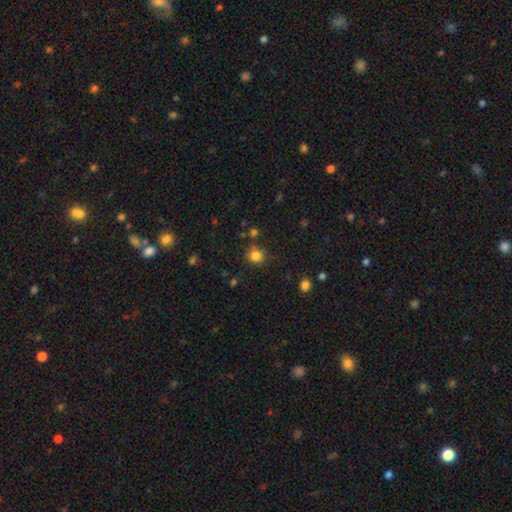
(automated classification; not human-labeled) smooth 82%, star or artifact 13%, featured or disk 5%. Down the decision tree: how rounded — round (80%); merging — none (79%).